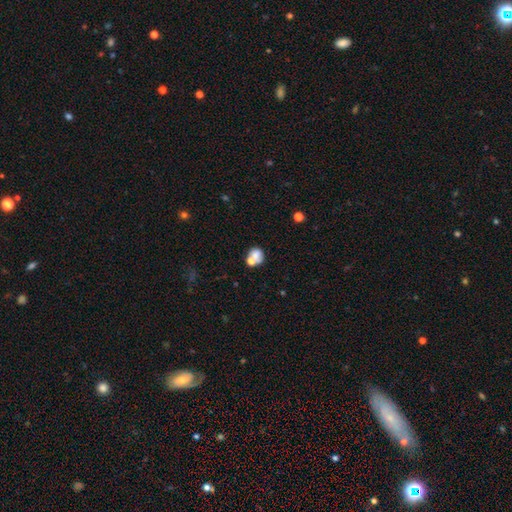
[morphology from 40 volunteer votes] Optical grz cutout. It shows a smooth galaxy with no disk features (75%) that is round (87%). Merging: merger (42%).